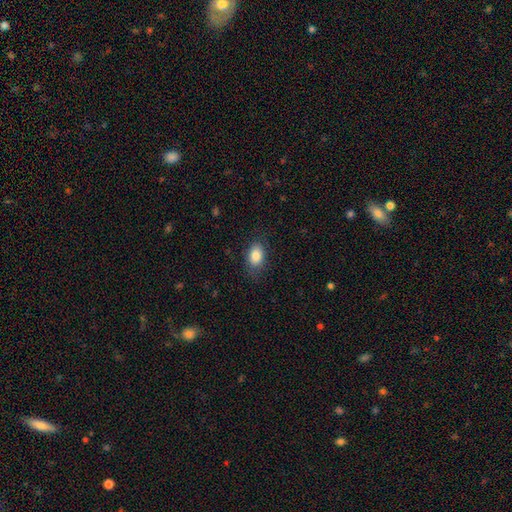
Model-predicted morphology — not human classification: A smooth galaxy with no disk features (84%) that is in between round and cigar-shaped (86%). Merging: none (79%).